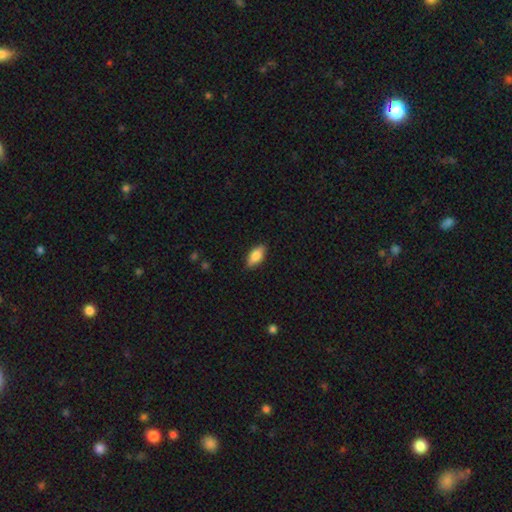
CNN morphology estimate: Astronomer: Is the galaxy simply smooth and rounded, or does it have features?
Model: smooth — 83%.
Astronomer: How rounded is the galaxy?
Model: in between — 88%.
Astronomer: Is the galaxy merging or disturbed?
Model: none — 87%.